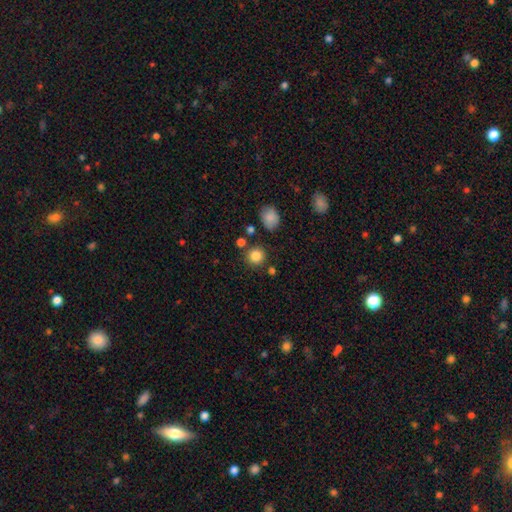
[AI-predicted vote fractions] Q: Smooth or featured?
A: smooth (84%); runner-up: star or artifact (11%)
Q: How rounded?
A: round (90%); runner-up: in between (9%)
Q: Merging?
A: none (82%); runner-up: minor disturbance (9%)